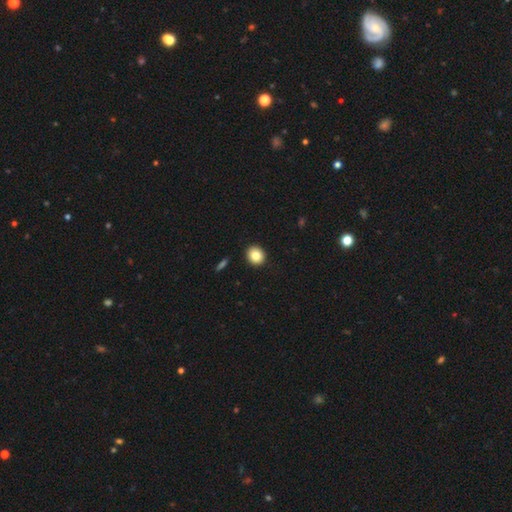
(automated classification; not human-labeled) This appears to be a smooth galaxy with no disk features (83%) that is round (82%). Merging: none (92%).